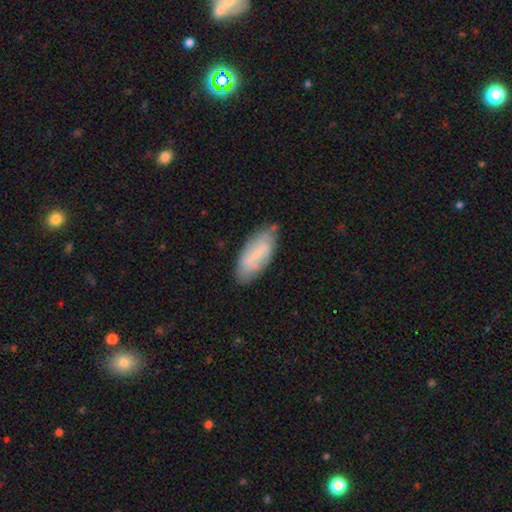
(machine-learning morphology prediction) smooth 57%, featured or disk 36%, star or artifact 6%. Down the decision tree: how rounded — in between (84%); merging — none (74%).